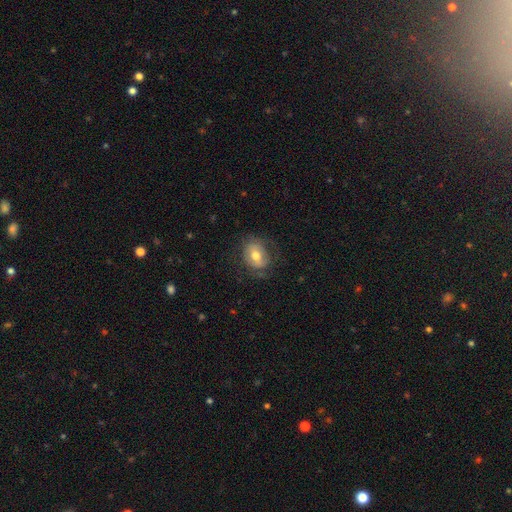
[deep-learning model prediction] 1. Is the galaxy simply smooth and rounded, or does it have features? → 57% smooth, 35% featured or disk, 8% star or artifact.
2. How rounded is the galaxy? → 56% in between, 43% round, 1% cigar-shaped.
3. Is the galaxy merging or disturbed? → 67% none, 20% minor disturbance, 12% major disturbance, 1% merger.